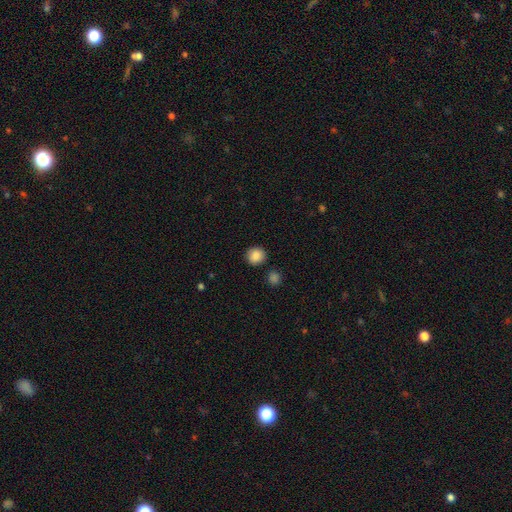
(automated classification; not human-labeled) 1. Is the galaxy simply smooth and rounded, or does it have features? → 87% smooth, 9% star or artifact, 4% featured or disk.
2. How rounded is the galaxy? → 89% round, 10% in between, 1% cigar-shaped.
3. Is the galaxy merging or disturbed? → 89% none, 6% minor disturbance, 3% merger, 2% major disturbance.